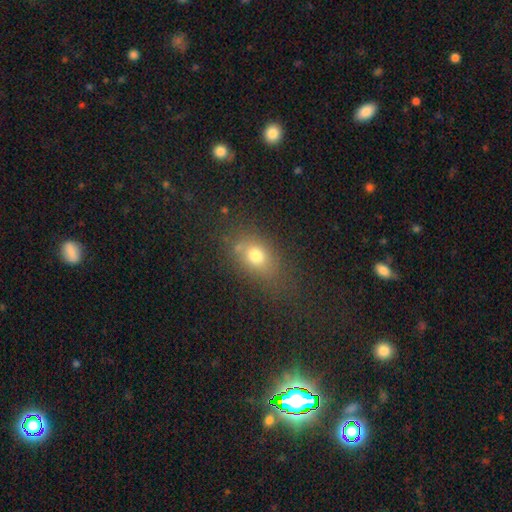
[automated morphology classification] A smooth galaxy with no disk features (73%) that is in between round and cigar-shaped (66%).

Vote fractions:
- Smooth or featured? smooth: 73% / star or artifact: 14% / featured or disk: 13%
- How rounded? in between: 66% / round: 31% / cigar-shaped: 3%
- Merging? none: 68% / minor disturbance: 18% / major disturbance: 9% / merger: 5%